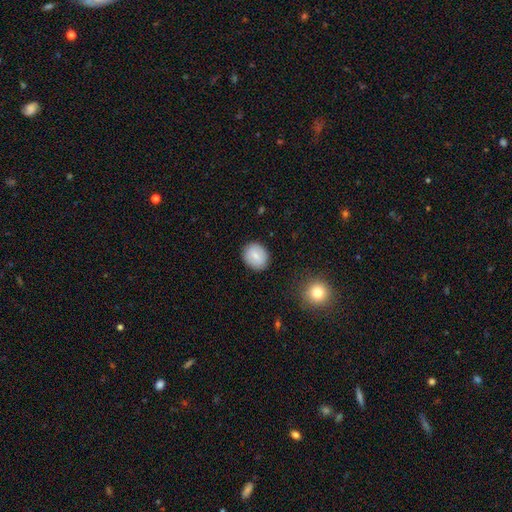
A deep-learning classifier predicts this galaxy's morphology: A smooth galaxy with no disk features (75%) that is round (69%).

Vote fractions:
- Smooth or featured? smooth: 75% / featured or disk: 17% / star or artifact: 8%
- How rounded? round: 69% / in between: 30% / cigar-shaped: 1%
- Merging? none: 86% / minor disturbance: 10% / major disturbance: 3% / merger: 1%